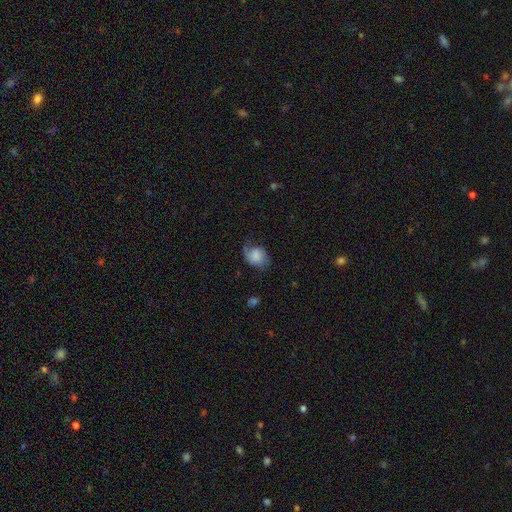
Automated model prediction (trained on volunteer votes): This is possibly a smooth galaxy (58%). How rounded: possibly in between (57%). Merging: possibly none (47%).